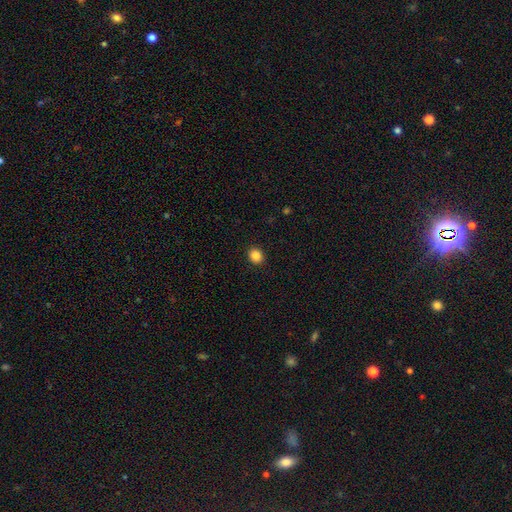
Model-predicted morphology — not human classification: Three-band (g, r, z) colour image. It shows a smooth galaxy with no disk features (85%) that is round (72%). Merging: none (92%).